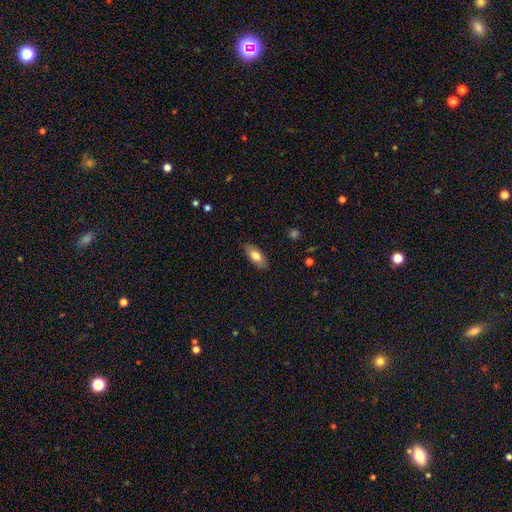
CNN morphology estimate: smooth-or-featured: smooth: 75% | featured or disk: 18% | star or artifact: 7%
  how-rounded: in between: 83% | cigar-shaped: 14% | round: 3%
  merging: none: 84% | minor disturbance: 13% | major disturbance: 3% | merger: 1%